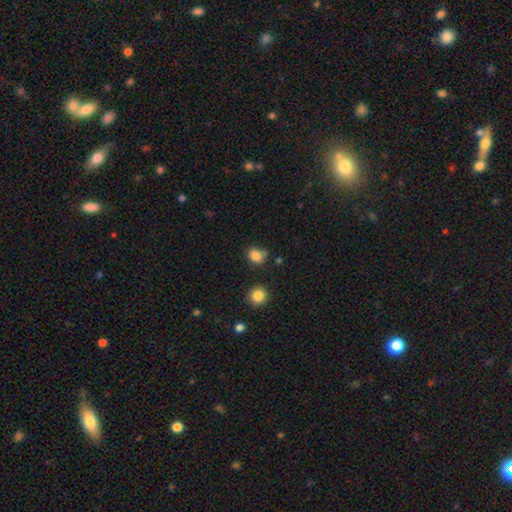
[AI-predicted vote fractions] Smooth or featured: smooth — 84% (star or artifact — 12%)
How rounded: in between — 50% (round — 49%)
Merging: none — 67% (minor disturbance — 21%)